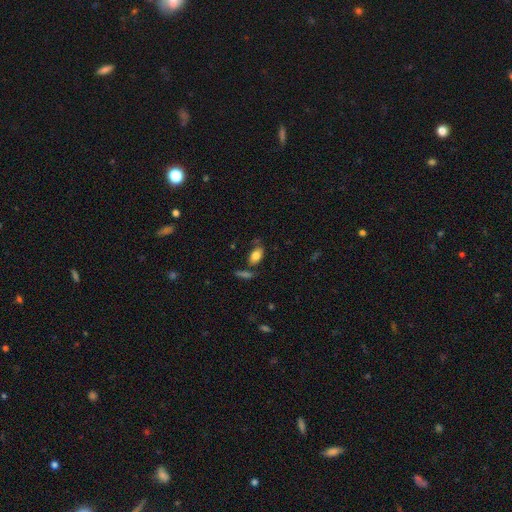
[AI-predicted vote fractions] Smooth or featured: smooth — 81% (featured or disk — 11%)
How rounded: in between — 90% (round — 7%)
Merging: none — 68% (minor disturbance — 16%)